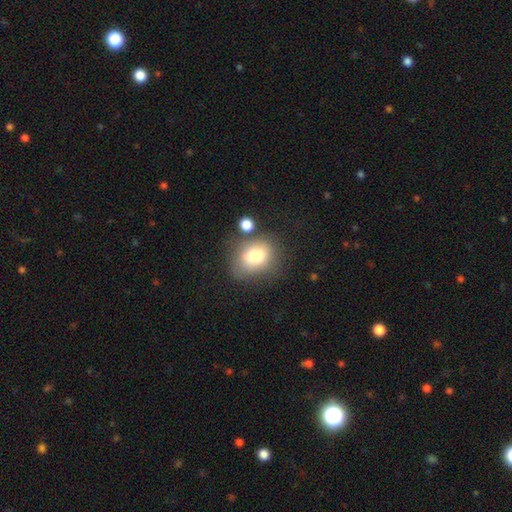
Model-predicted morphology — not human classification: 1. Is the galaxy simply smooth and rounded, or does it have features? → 78% smooth, 13% featured or disk, 10% star or artifact.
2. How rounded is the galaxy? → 50% round, 49% in between, 1% cigar-shaped.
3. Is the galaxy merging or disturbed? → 59% none, 20% minor disturbance, 13% merger, 9% major disturbance.